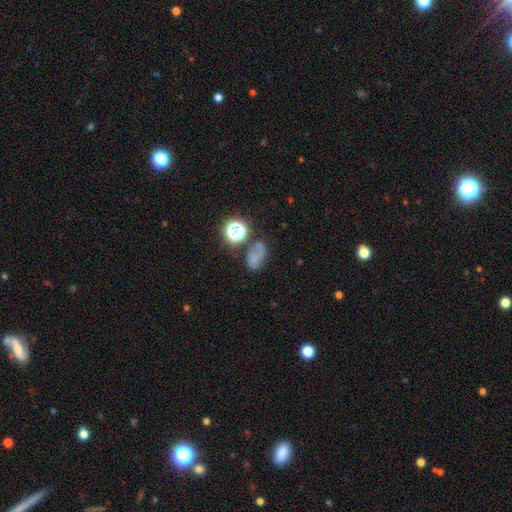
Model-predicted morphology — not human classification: The model was most divided on "smooth or featured": smooth: 52%, star or artifact: 28%, featured or disk: 20%. Remaining: how rounded — in between (68%); merging — none (47%).